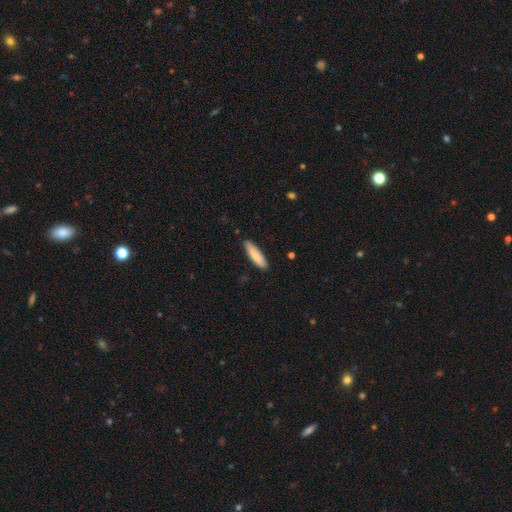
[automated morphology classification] Overall: smooth (81%). How rounded: cigar-shaped (72%). Merging: none (86%).